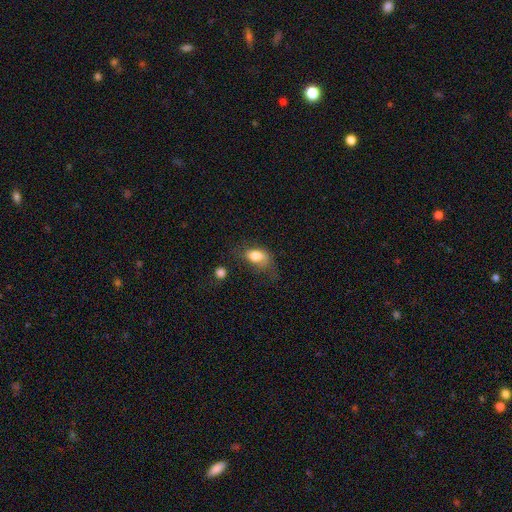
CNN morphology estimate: Smooth or featured?
  - smooth: 77% *
  - featured or disk: 14%
  - star or artifact: 9%
How rounded?
  - in between: 82% *
  - round: 15%
  - cigar-shaped: 3%
Merging?
  - none: 35% *
  - minor disturbance: 32%
  - major disturbance: 28%
  - merger: 5%